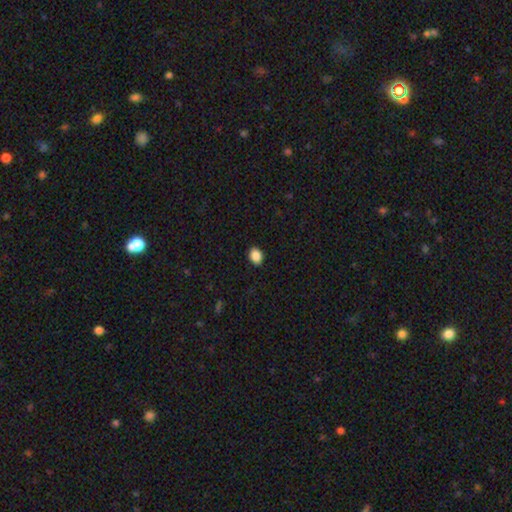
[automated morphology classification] This is clearly a smooth galaxy (88%). How rounded: possibly in between (59%). Merging: clearly none (90%).